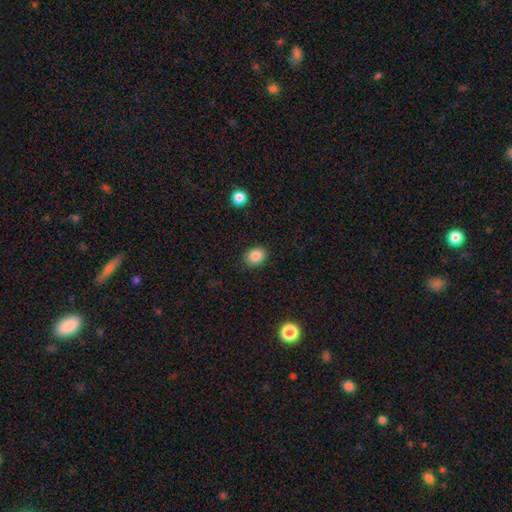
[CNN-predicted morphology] Smooth or featured: smooth — 86% (star or artifact — 9%)
How rounded: in between — 60% (round — 39%)
Merging: none — 87% (minor disturbance — 9%)